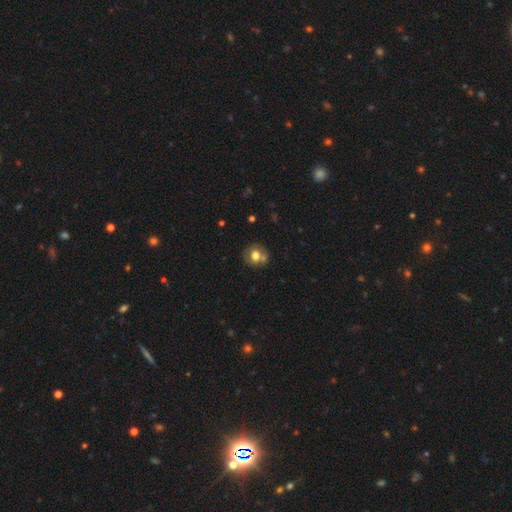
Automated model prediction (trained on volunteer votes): A smooth galaxy with no disk features (68%) that is round (84%). Merging: none (66%).